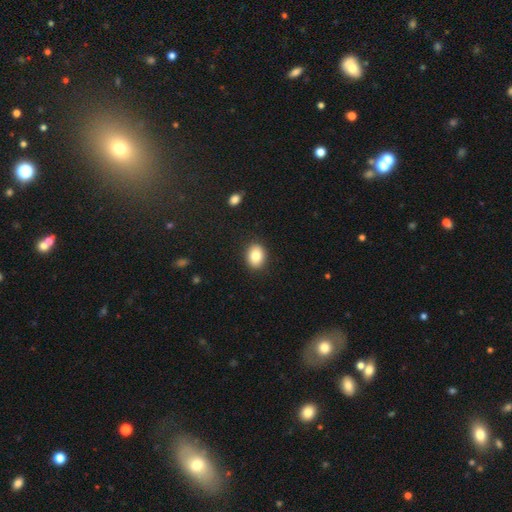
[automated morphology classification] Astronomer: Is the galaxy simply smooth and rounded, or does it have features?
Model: smooth — 85%.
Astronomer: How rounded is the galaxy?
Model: in between — 59% (runner-up: round, 40%).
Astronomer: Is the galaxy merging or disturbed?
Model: none — 89%.